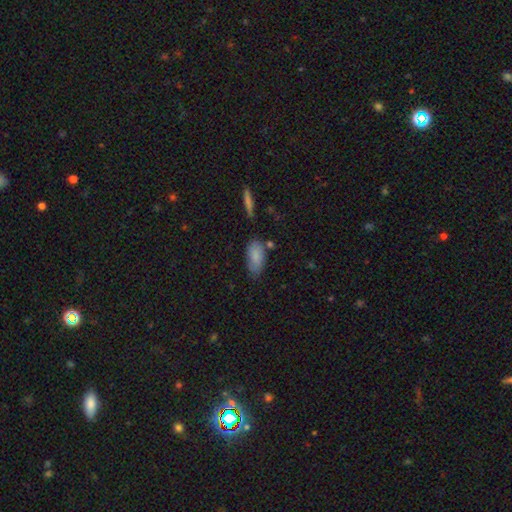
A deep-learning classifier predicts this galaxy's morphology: This is clearly a smooth galaxy (83%). How rounded: clearly in between (90%). Merging: likely none (68%).